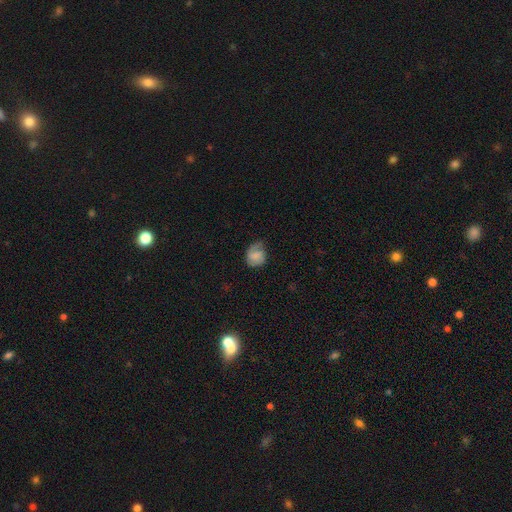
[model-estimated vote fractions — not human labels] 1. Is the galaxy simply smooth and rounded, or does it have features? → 55% smooth, 37% featured or disk, 8% star or artifact.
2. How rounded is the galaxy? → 58% round, 41% in between, 1% cigar-shaped.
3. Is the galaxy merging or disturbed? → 49% none, 33% minor disturbance, 16% major disturbance, 2% merger.